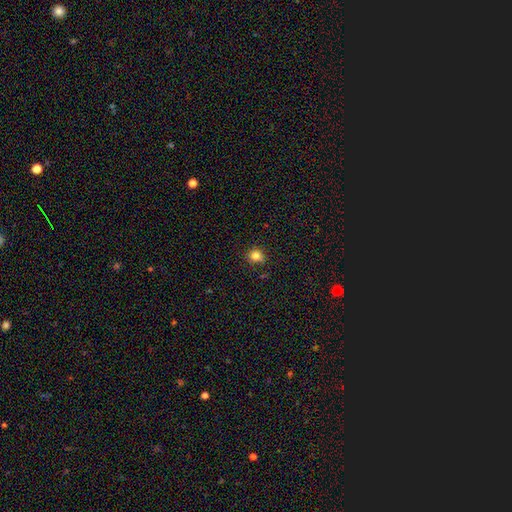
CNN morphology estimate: smooth_or_featured: smooth (p=0.81) [alt: star or artifact p=0.13]
how_rounded: round (p=0.82) [alt: in between p=0.17]
merging: none (p=0.85) [alt: minor disturbance p=0.11]